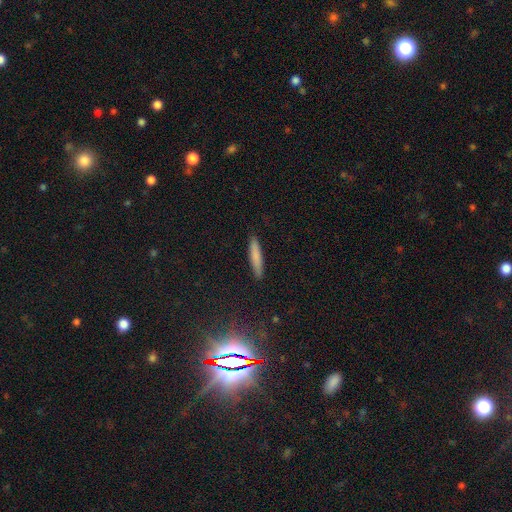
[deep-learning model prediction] Smooth or featured? Predicted: smooth (p=0.79). How rounded? Predicted: cigar-shaped (p=0.91). Merging? Predicted: none (p=0.90).